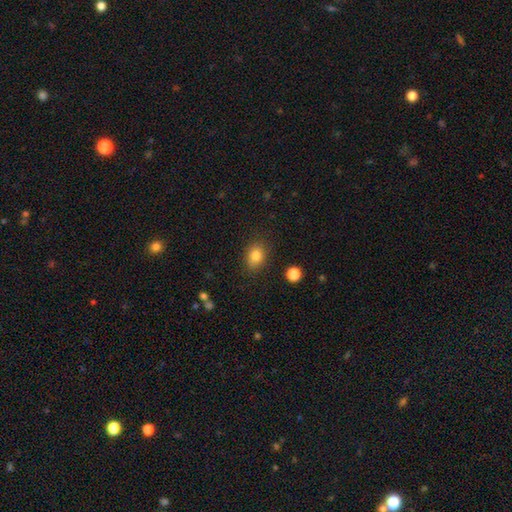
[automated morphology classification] Q: Smooth or featured?
A: smooth (82%); runner-up: star or artifact (11%)
Q: How rounded?
A: in between (62%); runner-up: round (37%)
Q: Merging?
A: none (83%); runner-up: minor disturbance (12%)